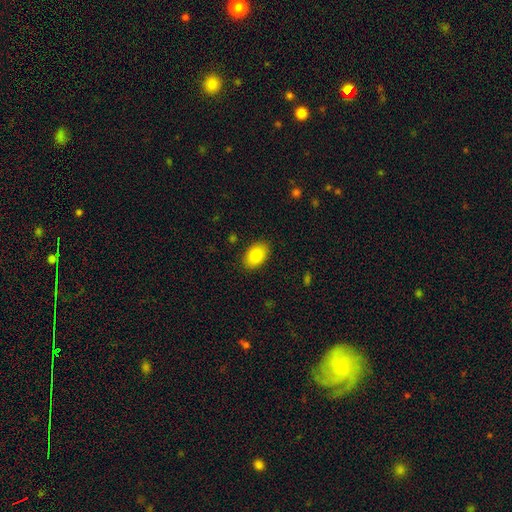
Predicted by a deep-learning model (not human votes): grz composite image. It shows a smooth galaxy with no disk features (82%) that is in between round and cigar-shaped (90%). Merging: none (88%).